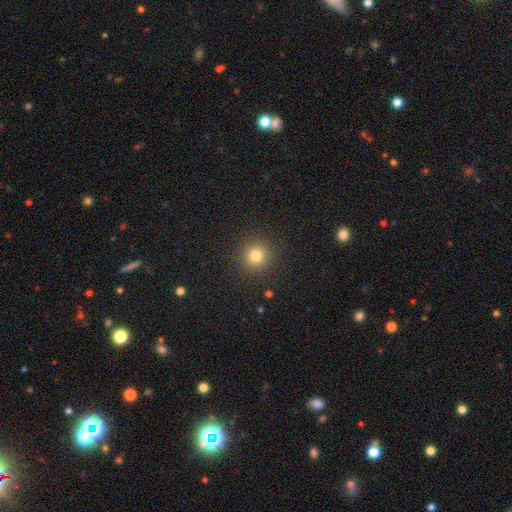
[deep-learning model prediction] Morphology: type=smooth (80%); roundness=round (94%); merging=none (91%).